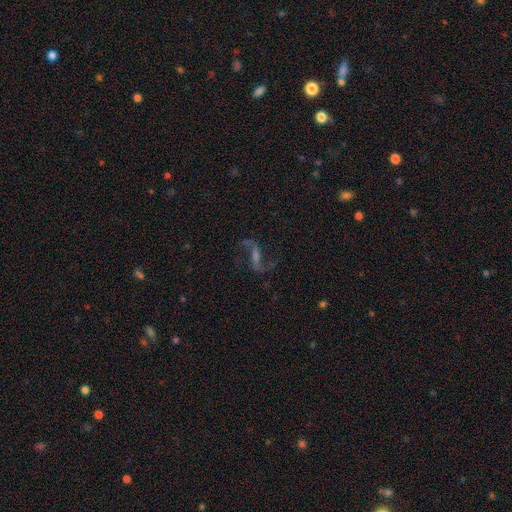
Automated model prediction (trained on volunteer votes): Smooth or featured? Predicted: featured or disk (p=0.84). Edge-on disk? Predicted: no (p=0.94). Bar? Predicted: weak (p=0.41). Spiral arms? Predicted: yes (p=0.96). Spiral winding? Predicted: loose (p=0.79). Spiral arm count? Predicted: 2 (p=0.93). Bulge size? Predicted: small (p=0.40). Merging? Predicted: none (p=0.77).